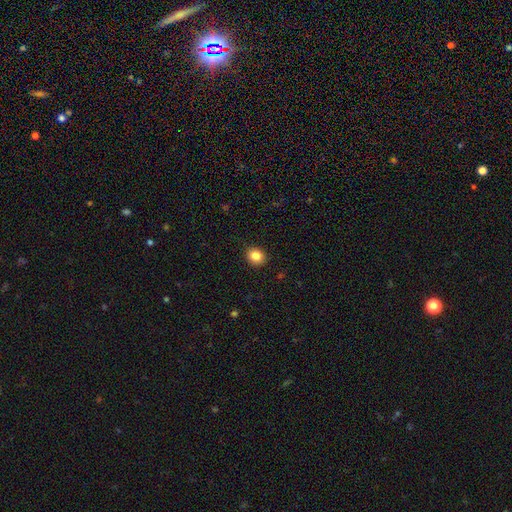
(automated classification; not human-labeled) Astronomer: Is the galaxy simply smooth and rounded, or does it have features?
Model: smooth — 85%.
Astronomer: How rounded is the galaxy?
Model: round — 68%.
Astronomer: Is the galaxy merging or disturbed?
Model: none — 91%.